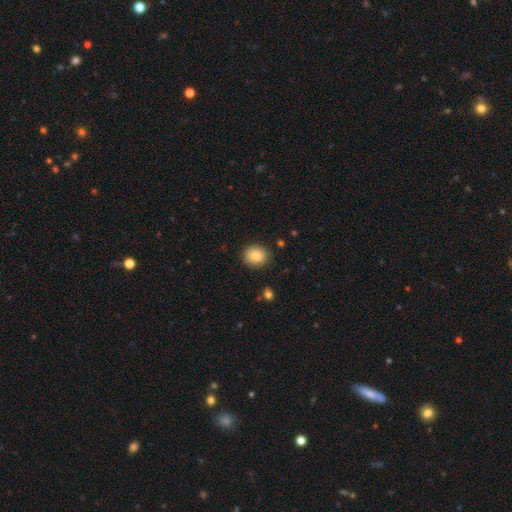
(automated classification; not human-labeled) smooth_or_featured: smooth (p=0.85) [alt: star or artifact p=0.08]
how_rounded: round (p=0.73) [alt: in between p=0.26]
merging: none (p=0.86) [alt: minor disturbance p=0.10]